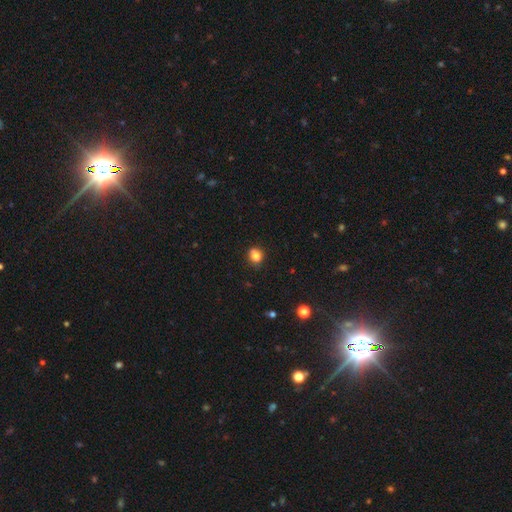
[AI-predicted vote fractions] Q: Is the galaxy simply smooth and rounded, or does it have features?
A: smooth — 78%.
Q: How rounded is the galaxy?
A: round — 69%.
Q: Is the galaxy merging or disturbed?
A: none — 55%.